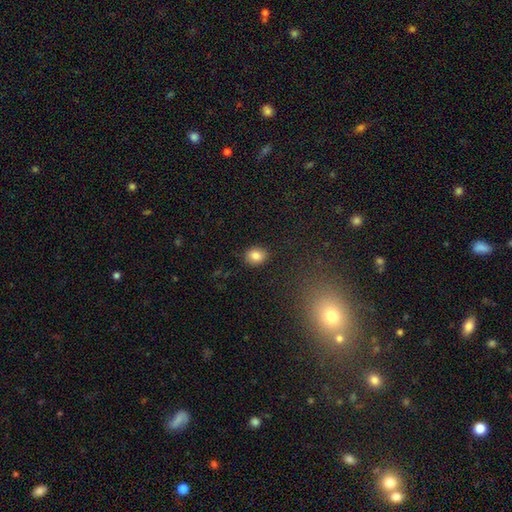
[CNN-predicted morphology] Q: Smooth or featured?
A: smooth (83%); runner-up: star or artifact (10%)
Q: How rounded?
A: round (51%); runner-up: in between (48%)
Q: Merging?
A: none (87%); runner-up: minor disturbance (9%)